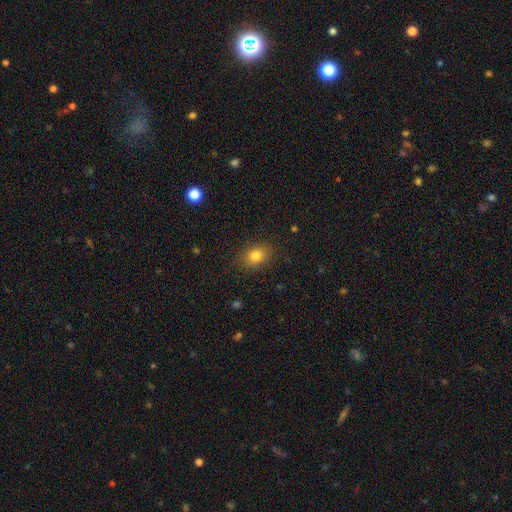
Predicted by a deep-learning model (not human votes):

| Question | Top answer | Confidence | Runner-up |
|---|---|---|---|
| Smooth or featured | smooth | 81% | star or artifact (11%) |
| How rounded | in between | 61% | round (38%) |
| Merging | none | 86% | minor disturbance (10%) |